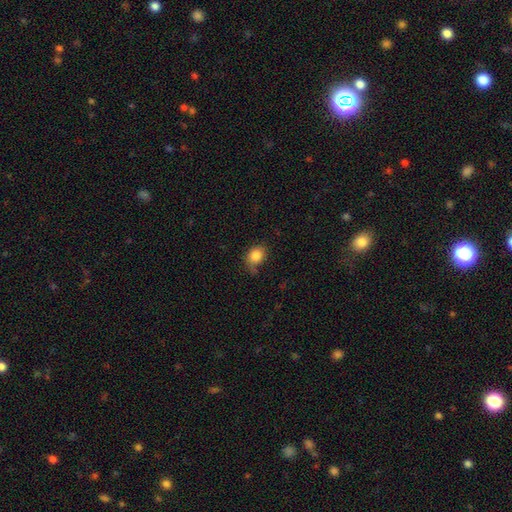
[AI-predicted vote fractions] This is clearly a smooth galaxy (85%). How rounded: possibly round (53%). Merging: likely none (63%).